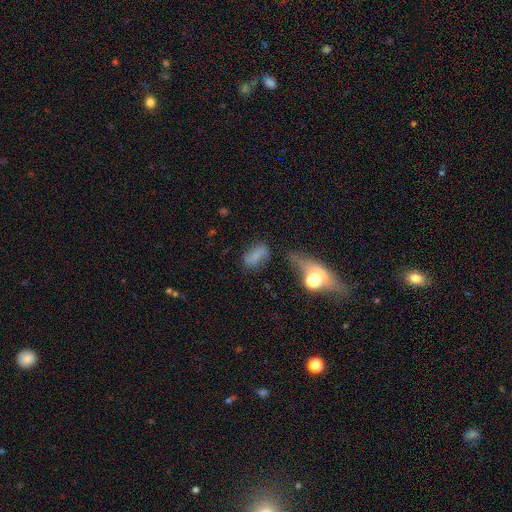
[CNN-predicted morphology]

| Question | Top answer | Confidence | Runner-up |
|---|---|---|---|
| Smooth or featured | smooth | 62% | featured or disk (23%) |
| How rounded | in between | 82% | round (12%) |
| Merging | none | 51% | minor disturbance (25%) |